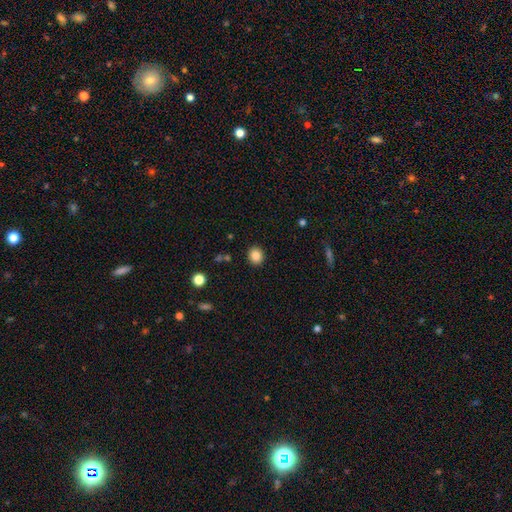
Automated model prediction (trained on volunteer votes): Smooth or featured: smooth — 85% (star or artifact — 10%)
How rounded: round — 78% (in between — 21%)
Merging: none — 90% (minor disturbance — 6%)